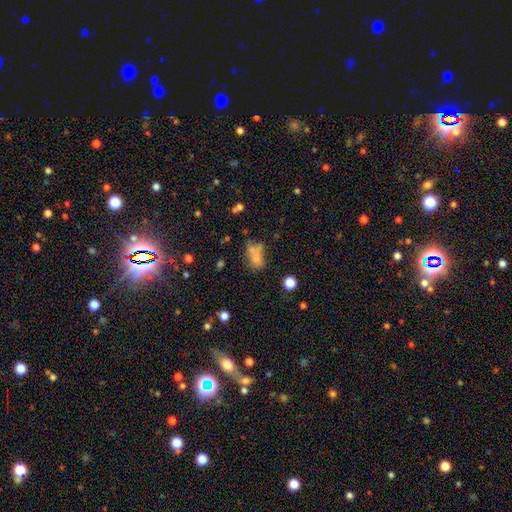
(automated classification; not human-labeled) smooth-or-featured: smooth: 62% | featured or disk: 20% | star or artifact: 18%
  how-rounded: in between: 68% | round: 26% | cigar-shaped: 6%
  merging: none: 36% | merger: 32% | minor disturbance: 17% | major disturbance: 15%